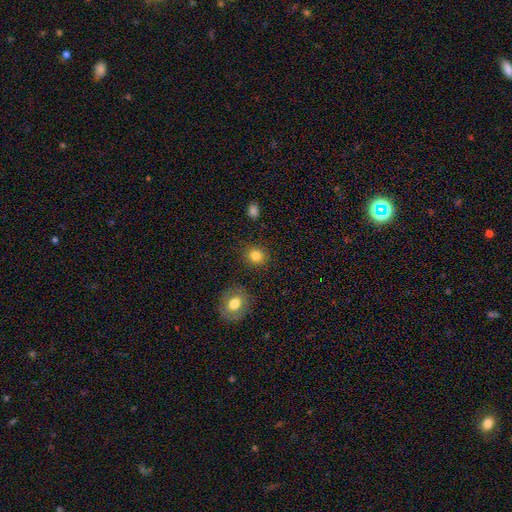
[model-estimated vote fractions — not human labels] A smooth galaxy with no disk features (83%) that is round (82%). Merging: none (88%).